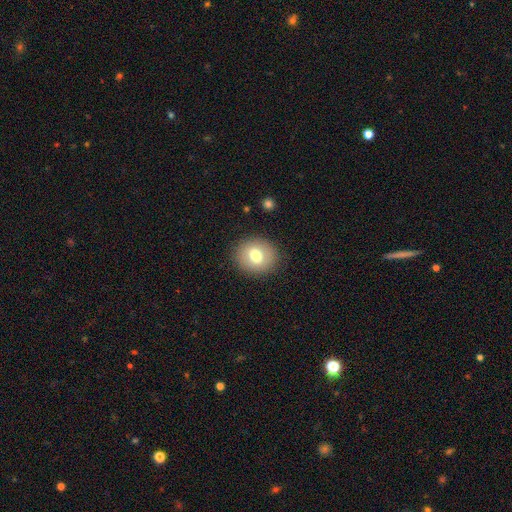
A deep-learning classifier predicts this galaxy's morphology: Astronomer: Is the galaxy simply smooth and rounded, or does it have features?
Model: smooth — 73%.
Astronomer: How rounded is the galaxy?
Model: round — 71%.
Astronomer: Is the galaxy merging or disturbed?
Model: none — 87%.